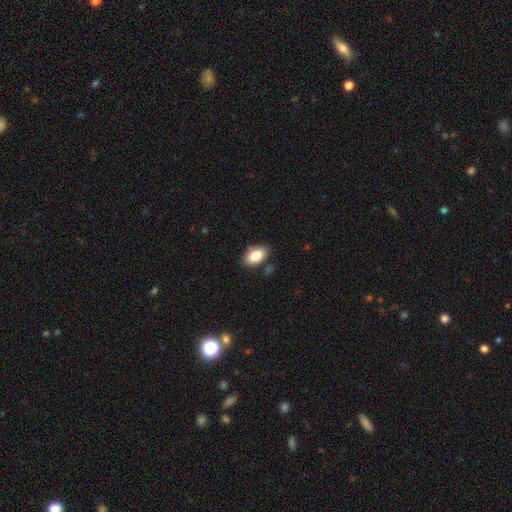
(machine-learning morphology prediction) smooth-or-featured: smooth: 85% | featured or disk: 8% | star or artifact: 7%
  how-rounded: in between: 93% | round: 6% | cigar-shaped: 2%
  merging: none: 78% | minor disturbance: 14% | merger: 5% | major disturbance: 3%